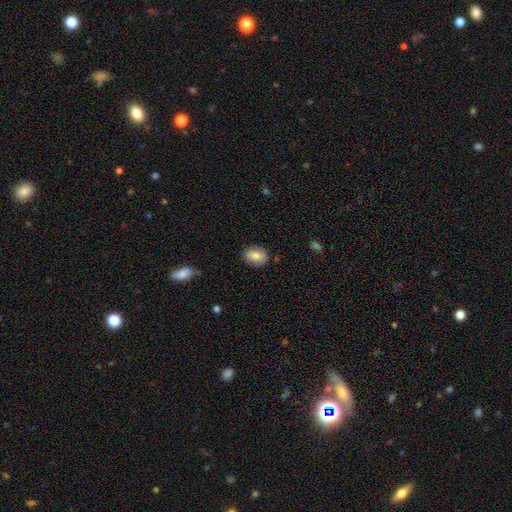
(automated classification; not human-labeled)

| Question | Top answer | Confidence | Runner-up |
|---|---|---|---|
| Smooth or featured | smooth | 82% | featured or disk (10%) |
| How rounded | in between | 74% | round (25%) |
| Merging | none | 84% | minor disturbance (12%) |